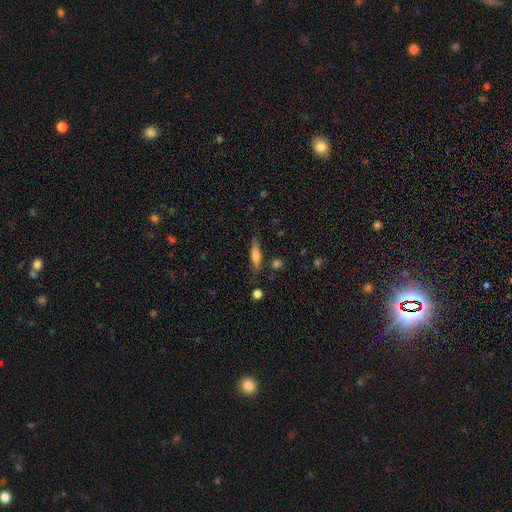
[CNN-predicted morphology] Smooth or featured? Predicted: smooth (p=0.57). How rounded? Predicted: cigar-shaped (p=0.74). Merging? Predicted: none (p=0.76).